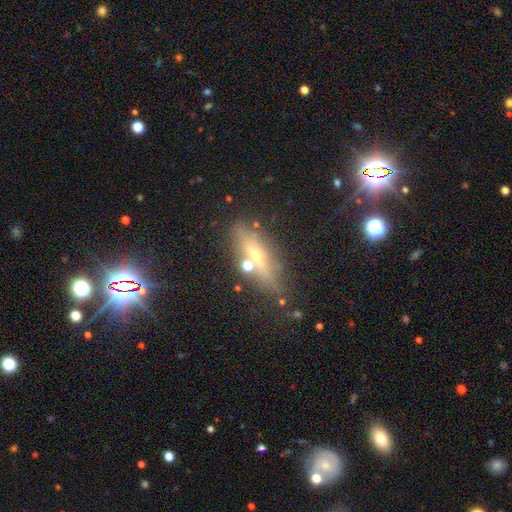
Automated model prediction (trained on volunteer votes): Morphology: type=featured or disk (51%); edge-on=yes (76%); merging=none (70%).